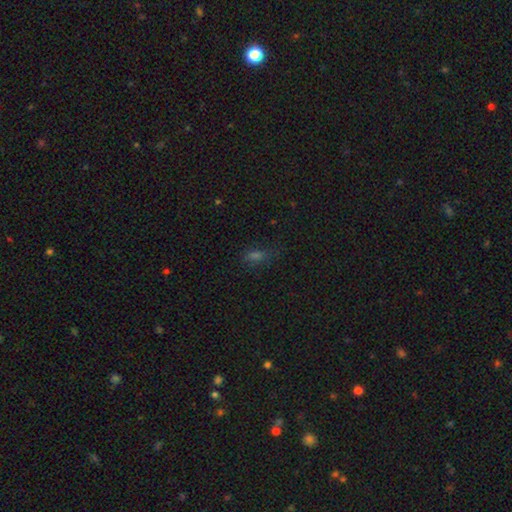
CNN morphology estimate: A smooth galaxy with no disk features (54%) that is in between round and cigar-shaped (71%).

Vote fractions:
- Smooth or featured? smooth: 54% / star or artifact: 33% / featured or disk: 13%
- How rounded? in between: 71% / cigar-shaped: 18% / round: 10%
- Merging? none: 68% / minor disturbance: 20% / major disturbance: 10% / merger: 2%